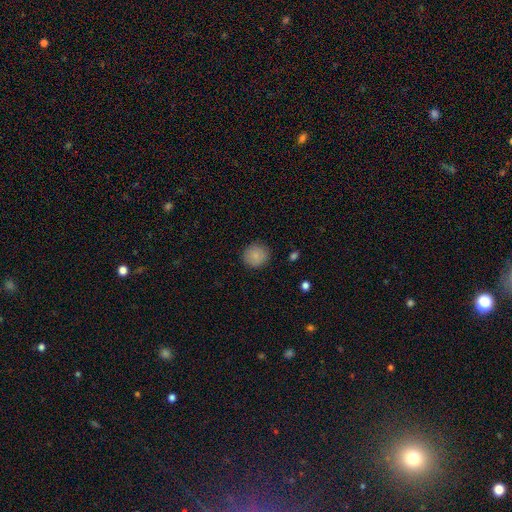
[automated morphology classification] Smooth or featured?
  - smooth: 84% *
  - star or artifact: 8%
  - featured or disk: 8%
How rounded?
  - round: 89% *
  - in between: 10%
  - cigar-shaped: 1%
Merging?
  - none: 87% *
  - minor disturbance: 10%
  - major disturbance: 3%
  - merger: 1%